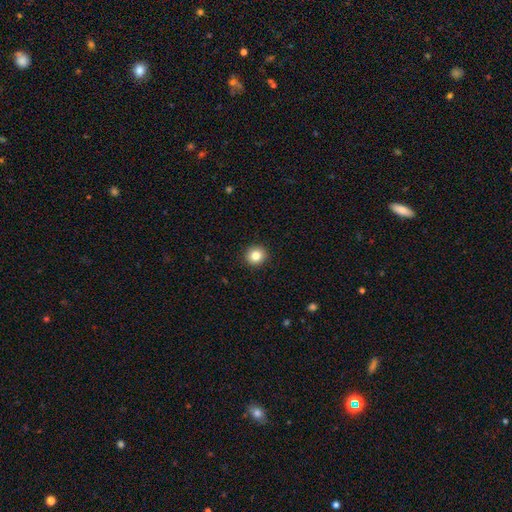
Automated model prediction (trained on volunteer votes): smooth_or_featured: smooth (p=0.84) [alt: star or artifact p=0.11]
how_rounded: round (p=0.90) [alt: in between p=0.09]
merging: none (p=0.93) [alt: minor disturbance p=0.05]